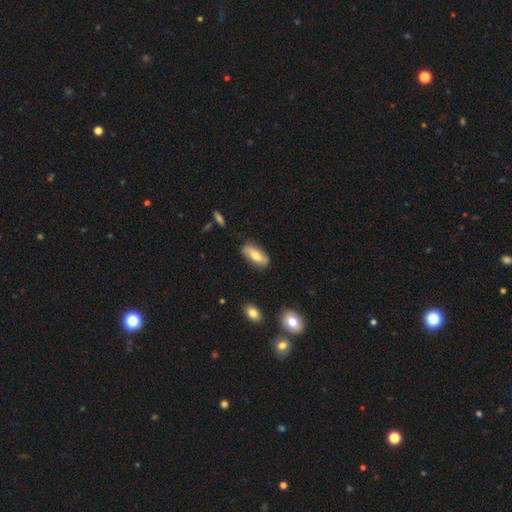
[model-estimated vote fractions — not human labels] Smooth or featured? smooth (63%)
How rounded? in between (73%)
Merging? none (80%)